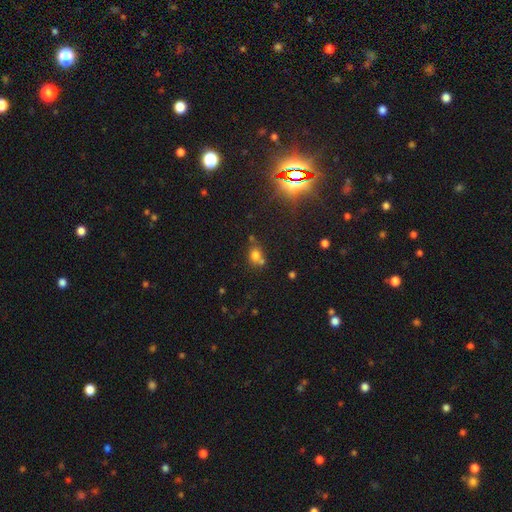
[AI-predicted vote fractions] Smooth or featured? Predicted: smooth (p=0.68). How rounded? Predicted: round (p=0.56). Merging? Predicted: none (p=0.49).